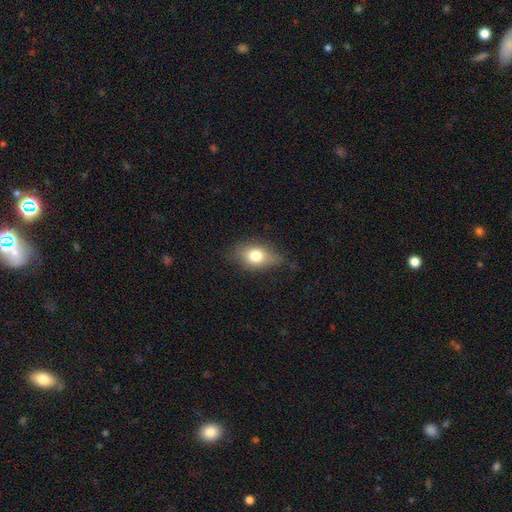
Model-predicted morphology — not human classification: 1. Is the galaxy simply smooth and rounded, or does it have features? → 74% smooth, 17% featured or disk, 9% star or artifact.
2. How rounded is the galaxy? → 78% in between, 18% round, 3% cigar-shaped.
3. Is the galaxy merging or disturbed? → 67% none, 26% minor disturbance, 6% major disturbance, 1% merger.